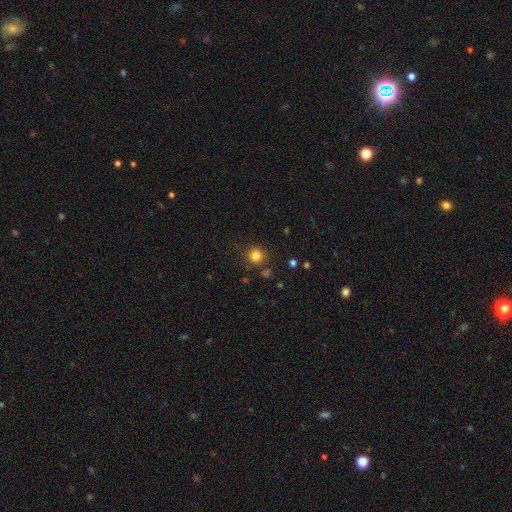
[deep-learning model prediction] smooth_or_featured: smooth (p=0.82) [alt: star or artifact p=0.13]
how_rounded: round (p=0.92) [alt: in between p=0.07]
merging: none (p=0.85) [alt: minor disturbance p=0.08]